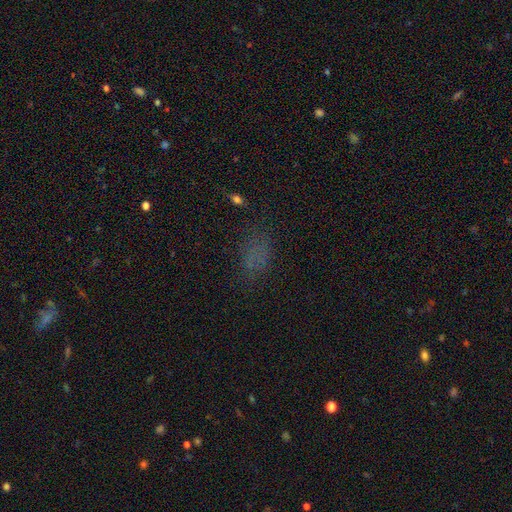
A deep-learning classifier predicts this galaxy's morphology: Overall: smooth (60%; star or artifact 29%). How rounded: in between (83%). Merging: none (66%).